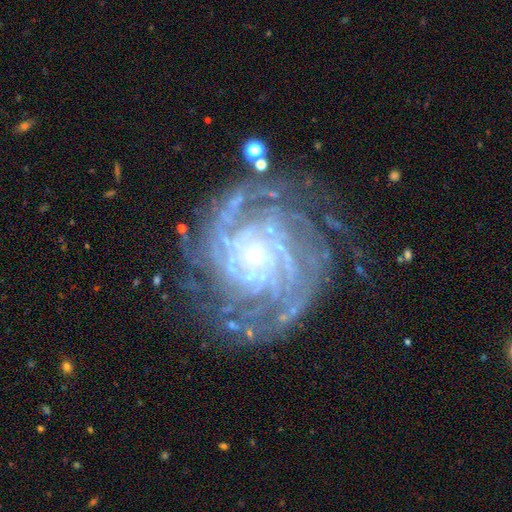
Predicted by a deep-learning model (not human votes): A featured or disk galaxy (91%) with no bar (70%), more than 4 (24%) tight (77%) spiral arms (98%) and a small central bulge (55%).

Vote fractions:
- Smooth or featured? featured or disk: 91% / star or artifact: 5% / smooth: 3%
- Edge-on disk? no: 98% / yes: 2%
- Bar? no: 70% / weak: 20% / strong: 9%
- Spiral arms? yes: 98% / no: 2%
- Spiral winding? tight: 77% / medium: 20% / loose: 3%
- Spiral arm count? more than 4: 24% / 4: 22% / can't tell: 19% / 3: 15% / 2: 12% / 1: 8%
- Bulge size? small: 55% / moderate: 38% / large: 4% / none: 2% / dominant: 1%
- Merging? none: 75% / minor disturbance: 16% / major disturbance: 7% / merger: 2%